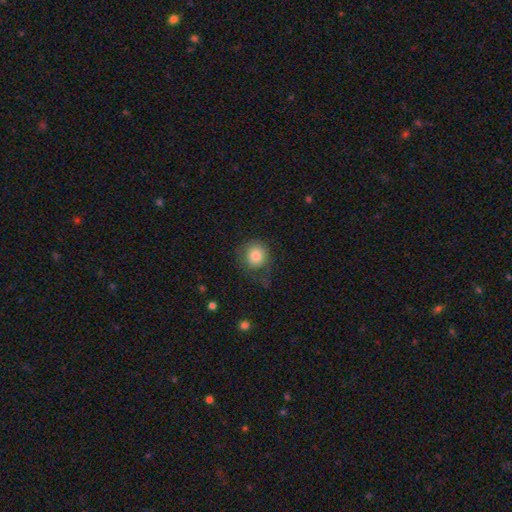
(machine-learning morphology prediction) smooth-or-featured: smooth: 80% | featured or disk: 12% | star or artifact: 8%
  how-rounded: round: 83% | in between: 16% | cigar-shaped: 1%
  merging: none: 55% | minor disturbance: 23% | major disturbance: 20% | merger: 2%